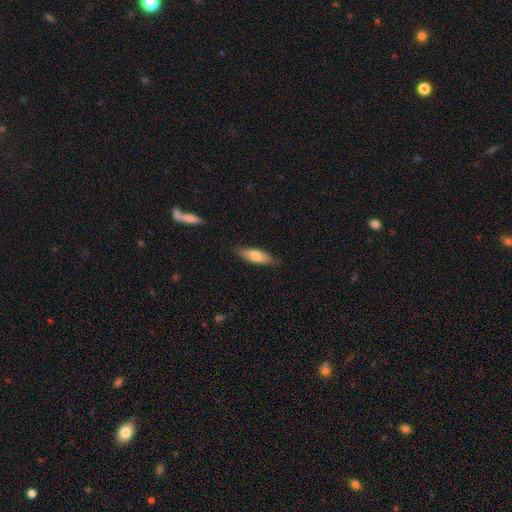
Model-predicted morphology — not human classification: A smooth galaxy with no disk features (72%) that is in between round and cigar-shaped (54%).

Vote fractions:
- Smooth or featured? smooth: 72% / featured or disk: 22% / star or artifact: 6%
- How rounded? in between: 54% / cigar-shaped: 44% / round: 2%
- Merging? none: 82% / minor disturbance: 14% / major disturbance: 2% / merger: 1%